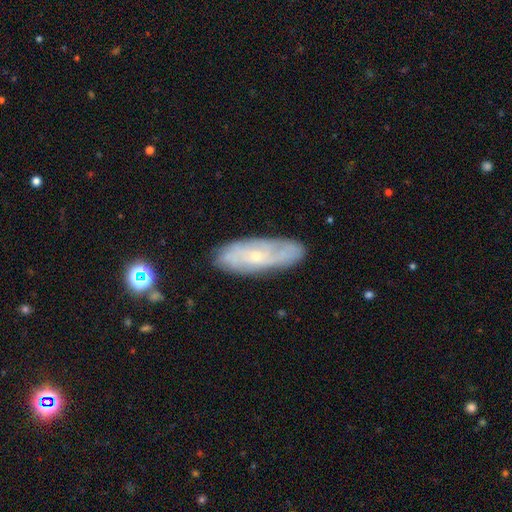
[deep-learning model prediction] This is likely a featured or disk galaxy (62%). It is clearly not viewed edge-on (82%). Bar: likely no (75%). Spiral arm pattern: likely yes (74%). Central bulge: likely small (73%). Merging: likely none (78%).